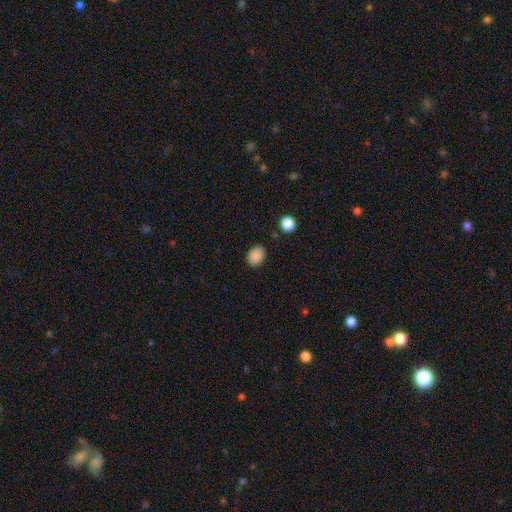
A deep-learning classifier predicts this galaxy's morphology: smooth 88%, star or artifact 9%, featured or disk 3%. Down the decision tree: how rounded — in between (59%); merging — none (85%).